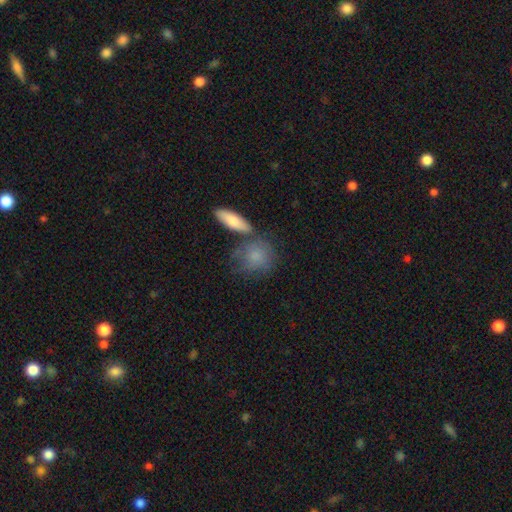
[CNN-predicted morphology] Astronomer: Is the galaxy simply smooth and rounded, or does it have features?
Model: smooth — 78%.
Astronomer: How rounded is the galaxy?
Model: round — 54% (runner-up: in between, 41%).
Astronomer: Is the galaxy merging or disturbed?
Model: none — 51%.